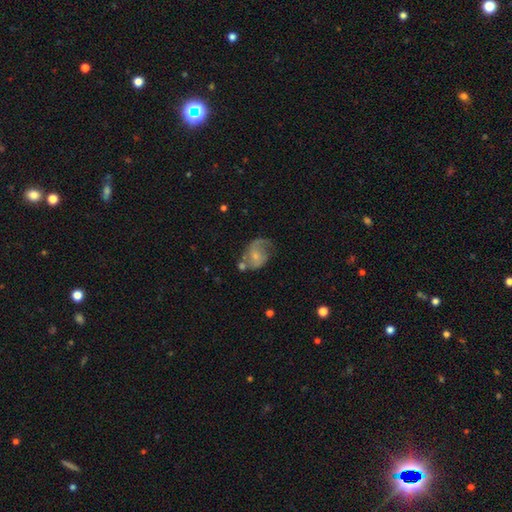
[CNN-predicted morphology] This is likely a featured or disk galaxy (61%). It is clearly not viewed edge-on (97%). Bar: possibly no (59%). Spiral arm pattern: clearly yes (80%). Central bulge: possibly small (58%). Merging: marginally none (40%).